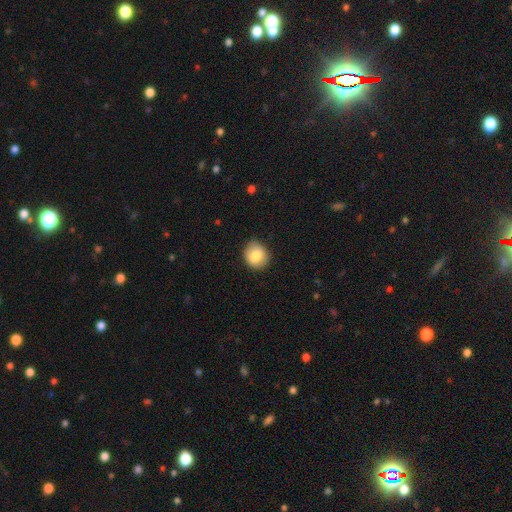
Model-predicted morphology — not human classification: A smooth galaxy with no disk features (84%) that is round (76%). Merging: none (81%).